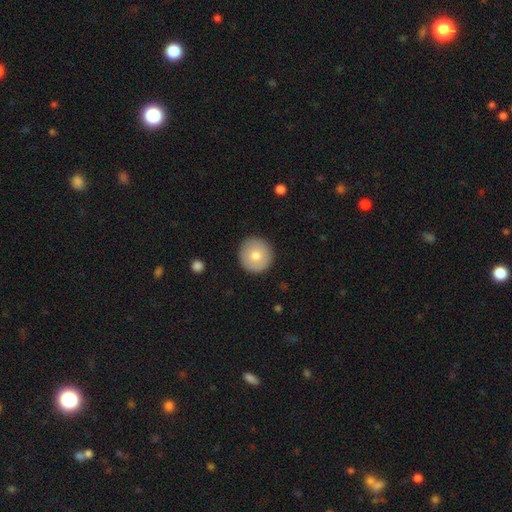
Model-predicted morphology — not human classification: This appears to be a smooth galaxy with no disk features (73%) that is round (95%). Merging: none (91%).